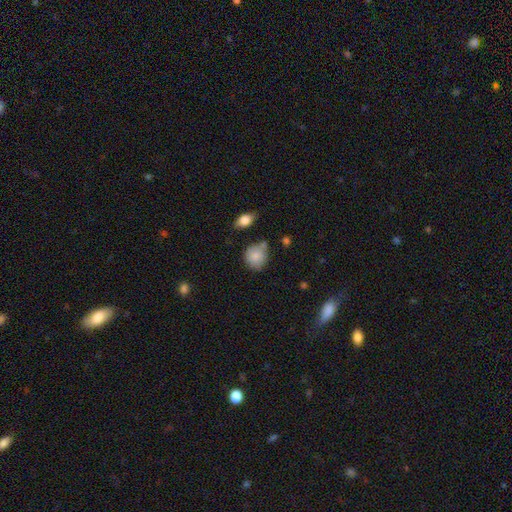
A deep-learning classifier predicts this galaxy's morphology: Smooth or featured? Predicted: smooth (p=0.84). How rounded? Predicted: round (p=0.77). Merging? Predicted: none (p=0.61).